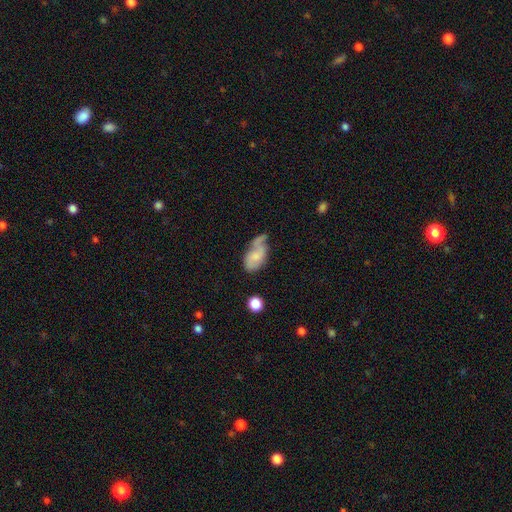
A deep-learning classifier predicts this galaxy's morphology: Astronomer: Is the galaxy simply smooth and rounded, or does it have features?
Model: smooth — 57% (runner-up: featured or disk, 35%).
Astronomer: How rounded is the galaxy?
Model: in between — 91%.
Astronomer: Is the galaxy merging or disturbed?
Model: minor disturbance — 34% (runner-up: none, 30%).